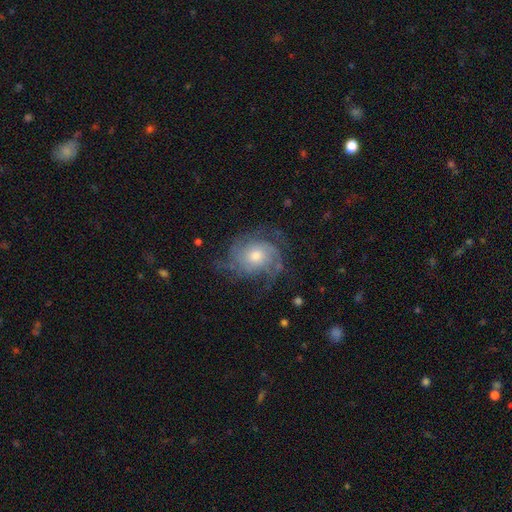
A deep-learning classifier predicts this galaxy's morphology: This appears to be a featured or disk galaxy (81%) with no bar (78%), tight (47%) spiral arms (94%) and a moderate central bulge (63%). Merging: none (64%).